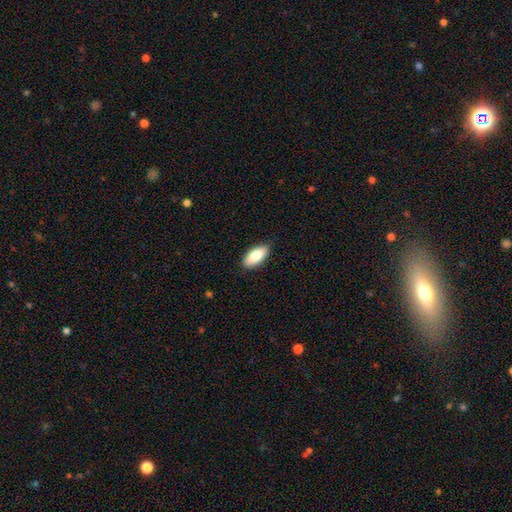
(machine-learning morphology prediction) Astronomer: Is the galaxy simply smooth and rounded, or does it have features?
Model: smooth — 83%.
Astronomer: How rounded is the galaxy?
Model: in between — 85%.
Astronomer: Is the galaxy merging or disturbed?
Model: none — 86%.